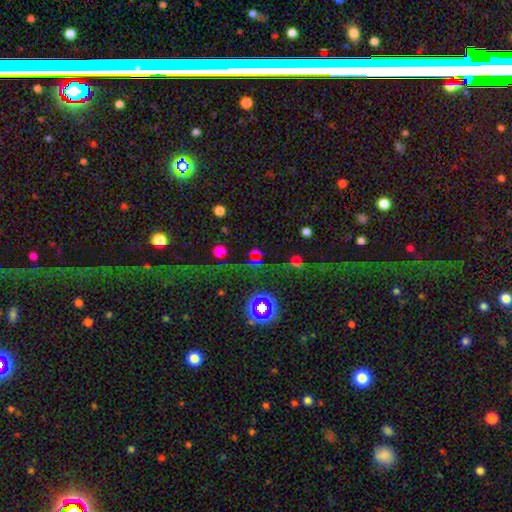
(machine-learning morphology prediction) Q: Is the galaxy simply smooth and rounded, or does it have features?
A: star or artifact — 50%.